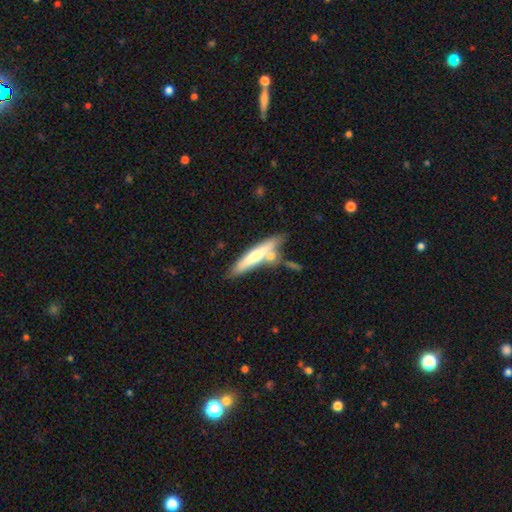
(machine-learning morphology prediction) Smooth or featured? smooth (51%)
How rounded? cigar-shaped (85%)
Merging? none (56%)